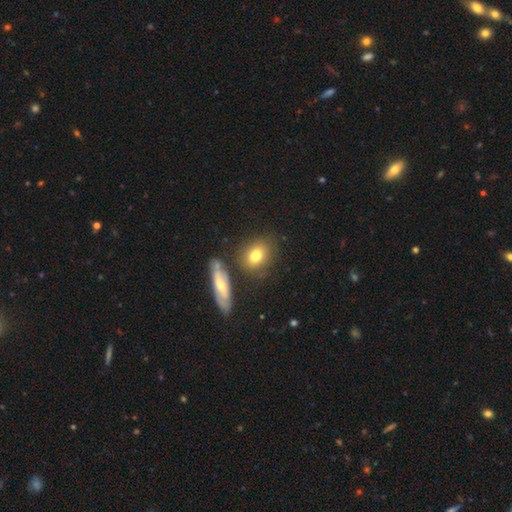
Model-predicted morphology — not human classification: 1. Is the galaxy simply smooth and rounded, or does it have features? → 77% smooth, 15% featured or disk, 9% star or artifact.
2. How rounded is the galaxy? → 54% in between, 41% round, 4% cigar-shaped.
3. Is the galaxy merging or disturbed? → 73% none, 13% minor disturbance, 10% merger, 4% major disturbance.